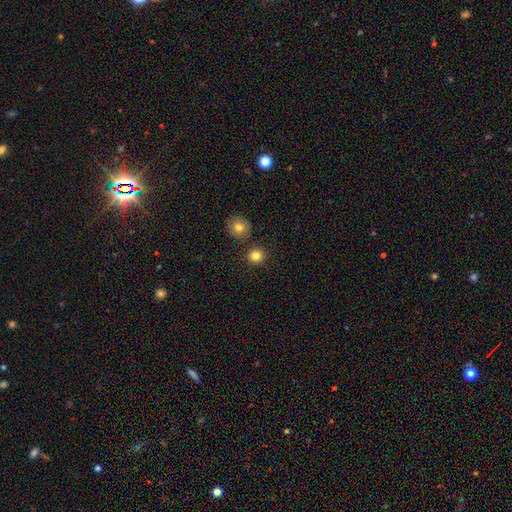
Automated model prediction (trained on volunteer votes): Smooth or featured? Predicted: smooth (p=0.82). How rounded? Predicted: round (p=0.89). Merging? Predicted: none (p=0.84).